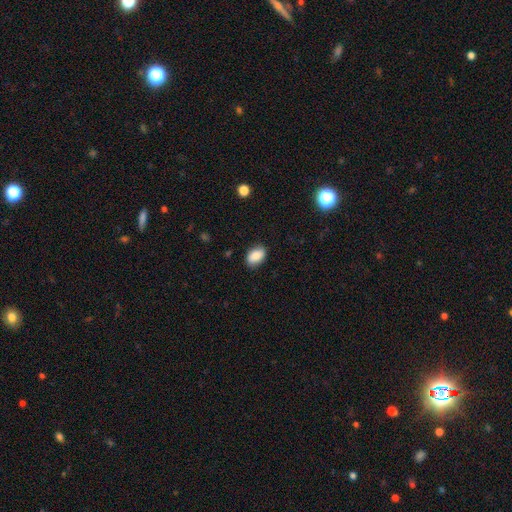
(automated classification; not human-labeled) Smooth or featured? Predicted: smooth (p=0.86). How rounded? Predicted: in between (p=0.87). Merging? Predicted: none (p=0.84).